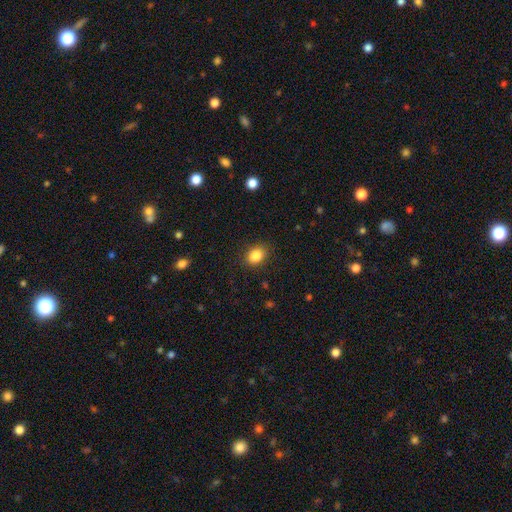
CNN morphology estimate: Smooth or featured? smooth (86%)
How rounded? in between (59%)
Merging? none (86%)